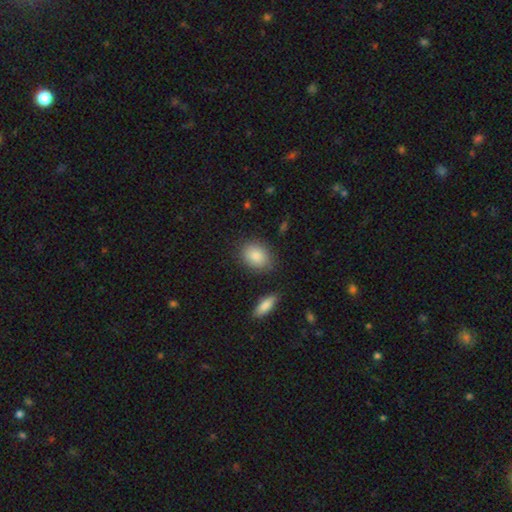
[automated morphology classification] type=smooth (86%); roundness=in between (63%); merging=none (84%).